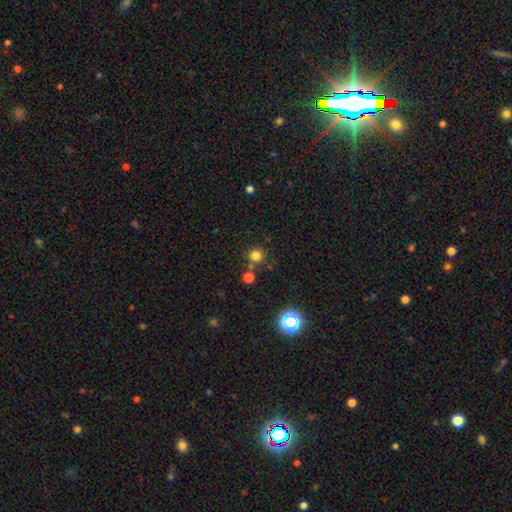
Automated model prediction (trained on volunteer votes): smooth_or_featured: smooth (p=0.76) [alt: star or artifact p=0.18]
how_rounded: round (p=0.94) [alt: in between p=0.05]
merging: none (p=0.77) [alt: merger p=0.12]